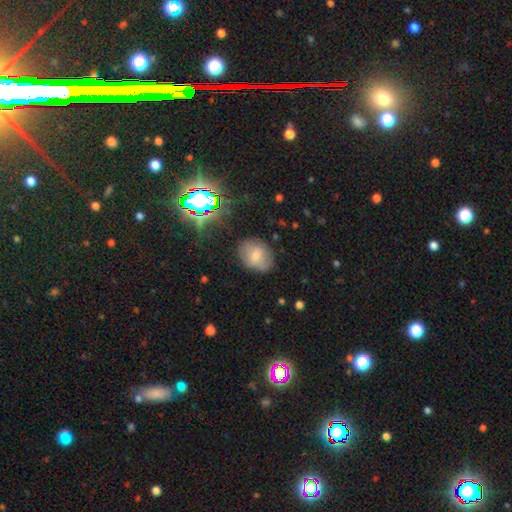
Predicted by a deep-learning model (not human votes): Smooth or featured: smooth — 50% (star or artifact — 26%)
Merging: none — 79% (minor disturbance — 15%)